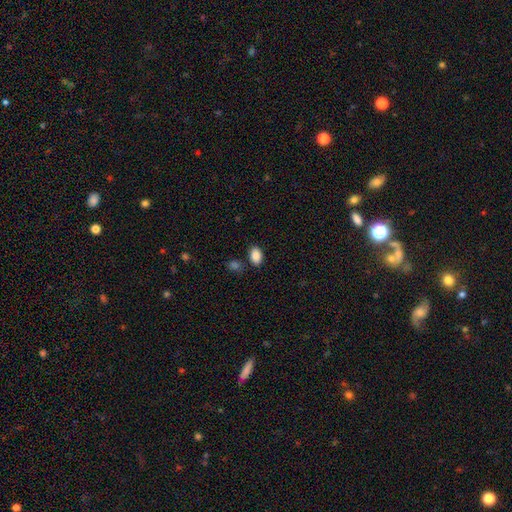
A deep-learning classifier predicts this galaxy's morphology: Overall: smooth (88%). How rounded: in between (88%). Merging: none (81%).